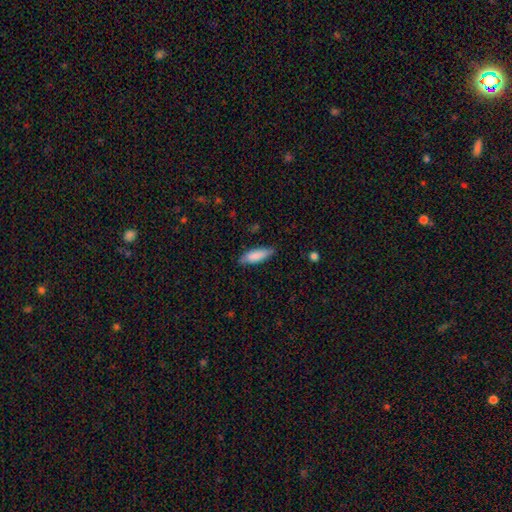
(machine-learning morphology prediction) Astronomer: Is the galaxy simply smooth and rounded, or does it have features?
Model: smooth — 86%.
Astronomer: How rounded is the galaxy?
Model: in between — 58% (runner-up: cigar-shaped, 41%).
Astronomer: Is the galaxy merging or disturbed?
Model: none — 77%.